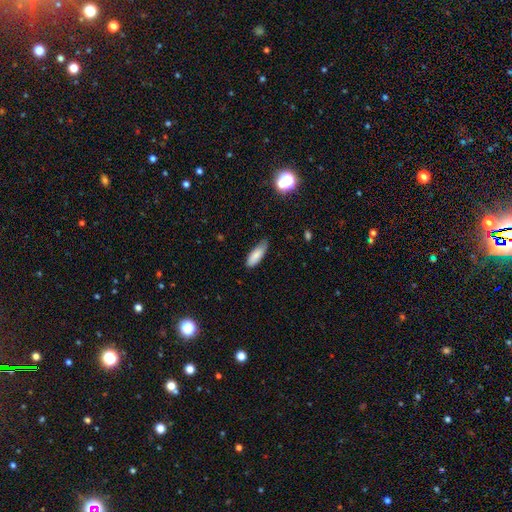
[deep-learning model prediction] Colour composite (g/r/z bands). It shows a smooth galaxy with no disk features (83%) that is in between round and cigar-shaped (64%). Merging: none (66%).